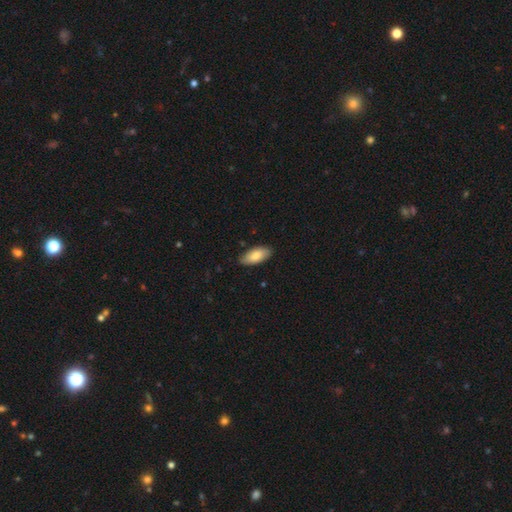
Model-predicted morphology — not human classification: Smooth or featured?
  - smooth: 83% *
  - featured or disk: 12%
  - star or artifact: 6%
How rounded?
  - in between: 90% *
  - cigar-shaped: 8%
  - round: 2%
Merging?
  - none: 85% *
  - minor disturbance: 12%
  - major disturbance: 2%
  - merger: 1%